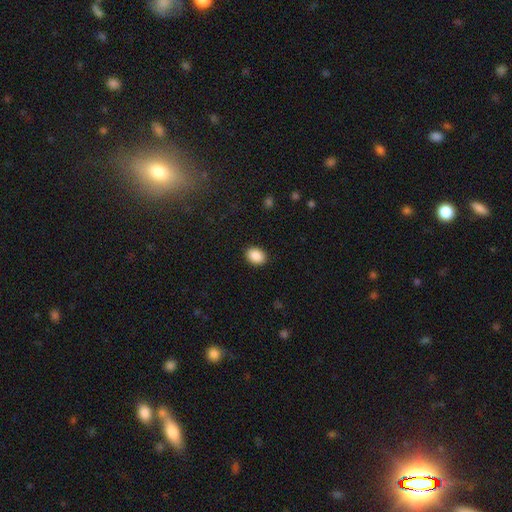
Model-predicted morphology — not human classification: Overall: smooth (90%). How rounded: in between (65%; round 34%). Merging: none (90%).